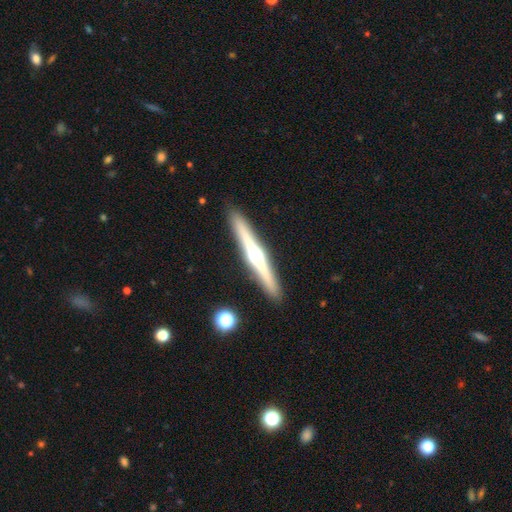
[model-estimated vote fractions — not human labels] featured or disk 75%, smooth 20%, star or artifact 5%. Down the decision tree: edge-on disk — yes (98%); edge-on bulge — rounded (92%); merging — none (91%).